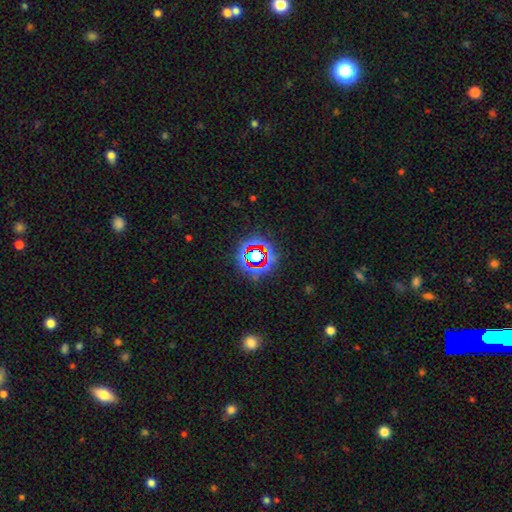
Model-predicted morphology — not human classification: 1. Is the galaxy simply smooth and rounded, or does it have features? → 68% star or artifact, 21% smooth, 11% featured or disk.